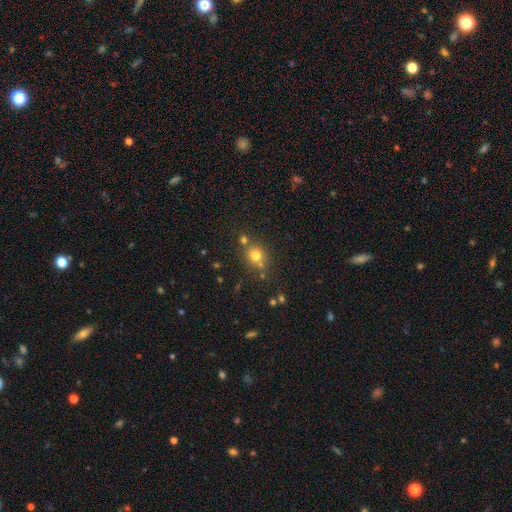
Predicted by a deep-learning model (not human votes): smooth 73%, star or artifact 17%, featured or disk 10%. Down the decision tree: how rounded — round (84%); merging — none (66%).